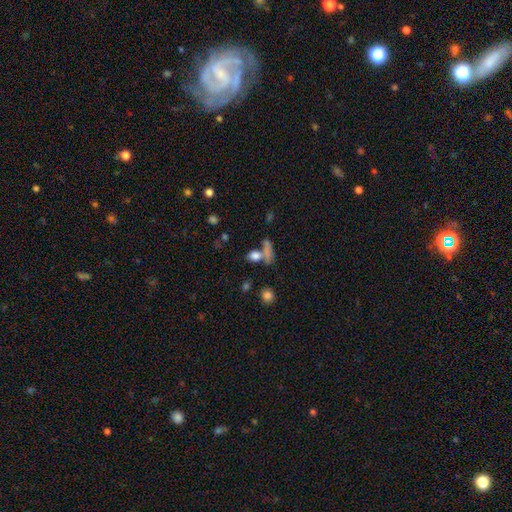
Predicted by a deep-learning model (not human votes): smooth 76%, star or artifact 12%, featured or disk 12%. Down the decision tree: how rounded — in between (55%); merging — none (48%).